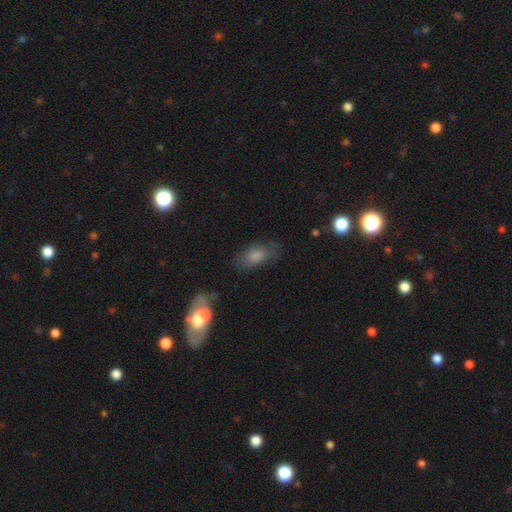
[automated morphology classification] This appears to be a smooth galaxy with no disk features (77%) that is in between round and cigar-shaped (89%). Merging: none (66%).